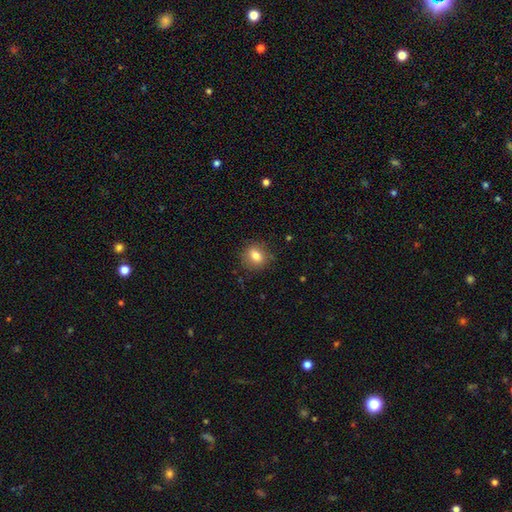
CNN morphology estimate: This appears to be a smooth galaxy with no disk features (81%) that is round (62%). Merging: none (82%).